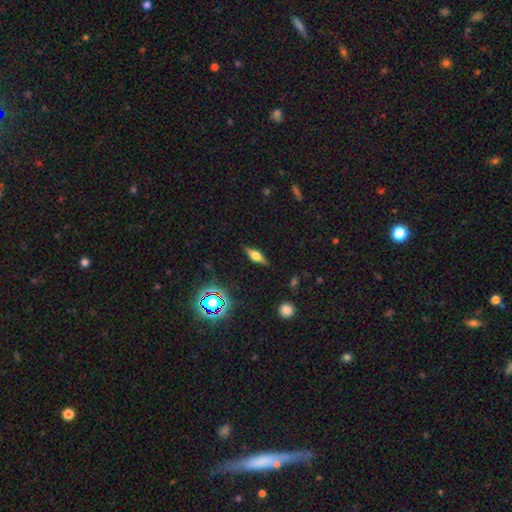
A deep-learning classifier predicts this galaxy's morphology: Smooth or featured?
  - featured or disk: 55% *
  - smooth: 33%
  - star or artifact: 12%
Edge-on disk?
  - yes: 94% *
  - no: 6%
Edge-on bulge?
  - rounded: 88% *
  - boxy: 10%
  - none: 2%
Merging?
  - none: 86% *
  - minor disturbance: 10%
  - major disturbance: 3%
  - merger: 1%